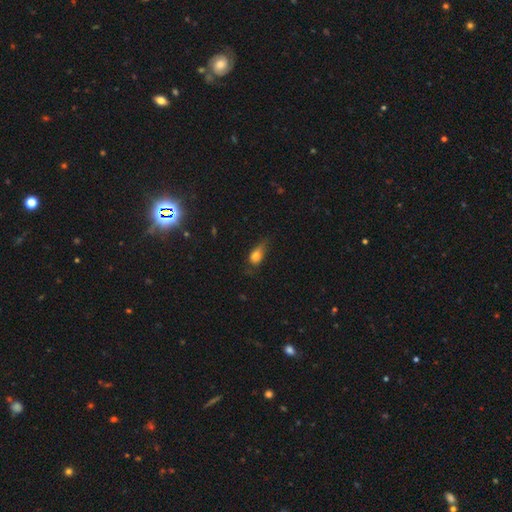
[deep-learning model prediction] A smooth galaxy with no disk features (75%) that is in between round and cigar-shaped (75%).

Vote fractions:
- Smooth or featured? smooth: 75% / featured or disk: 15% / star or artifact: 10%
- How rounded? in between: 75% / round: 16% / cigar-shaped: 9%
- Merging? minor disturbance: 38% / none: 35% / major disturbance: 25% / merger: 3%